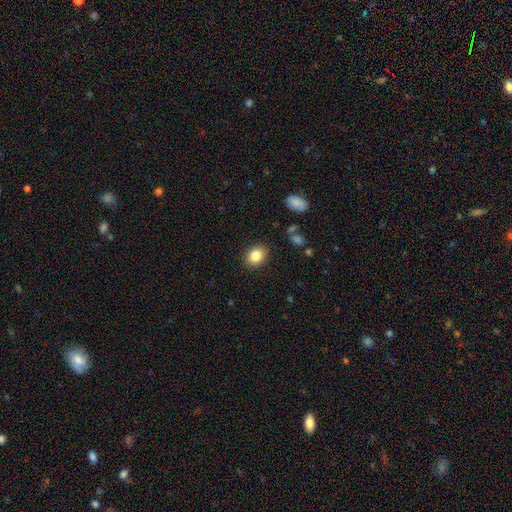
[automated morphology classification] A smooth galaxy with no disk features (84%) that is in between round and cigar-shaped (53%). Merging: none (88%).